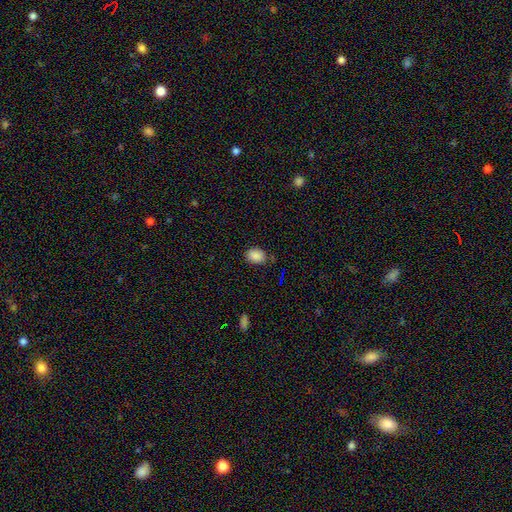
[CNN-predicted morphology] Smooth or featured?
  - smooth: 86% *
  - star or artifact: 10%
  - featured or disk: 4%
How rounded?
  - in between: 67% *
  - round: 32%
  - cigar-shaped: 1%
Merging?
  - none: 76% *
  - minor disturbance: 17%
  - major disturbance: 4%
  - merger: 3%